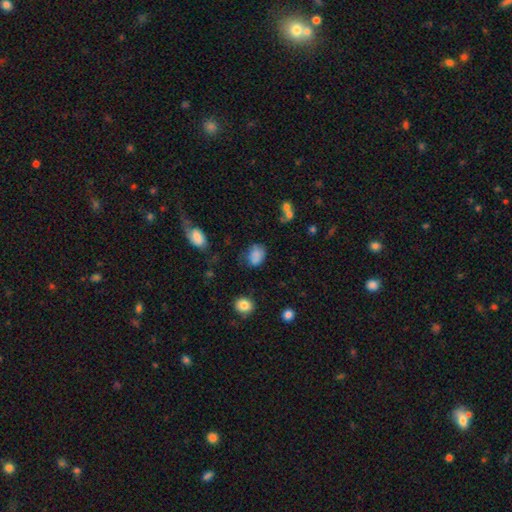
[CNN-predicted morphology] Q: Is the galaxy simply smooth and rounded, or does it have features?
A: smooth — 80%.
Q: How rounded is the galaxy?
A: in between — 68%.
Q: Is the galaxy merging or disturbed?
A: none — 60%.